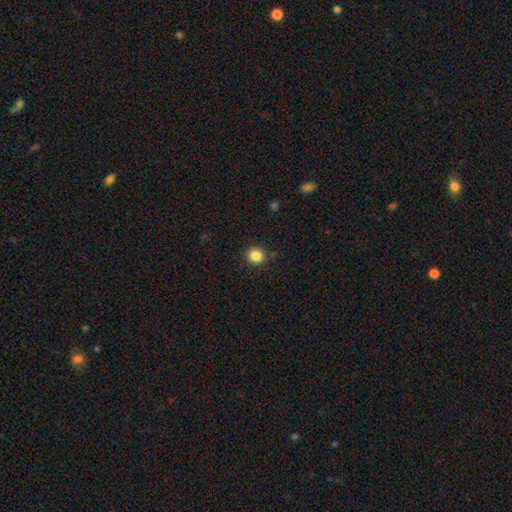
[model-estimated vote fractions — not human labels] Smooth or featured: smooth — 85% (star or artifact — 11%)
How rounded: round — 86% (in between — 13%)
Merging: none — 89% (minor disturbance — 7%)